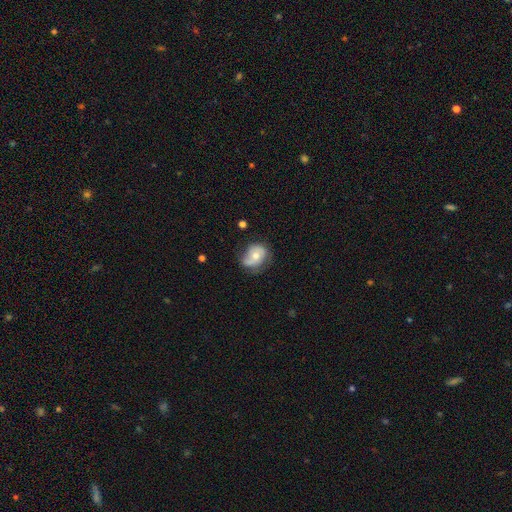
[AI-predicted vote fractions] featured or disk 51%, smooth 41%, star or artifact 8%. Down the decision tree: edge-on disk — no (96%); merging — none (51%).